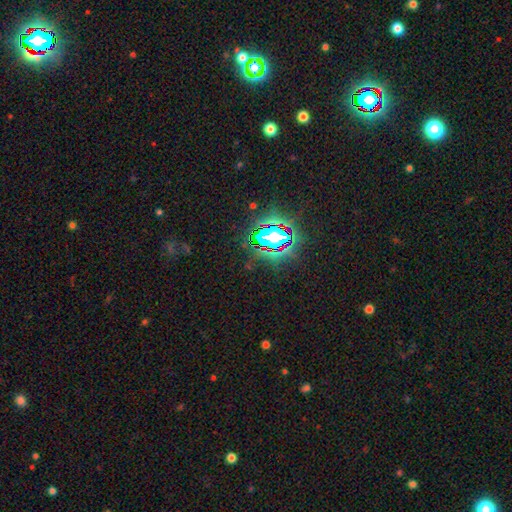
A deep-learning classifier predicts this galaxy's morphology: smooth-or-featured: star or artifact: 78% | smooth: 13% | featured or disk: 9%